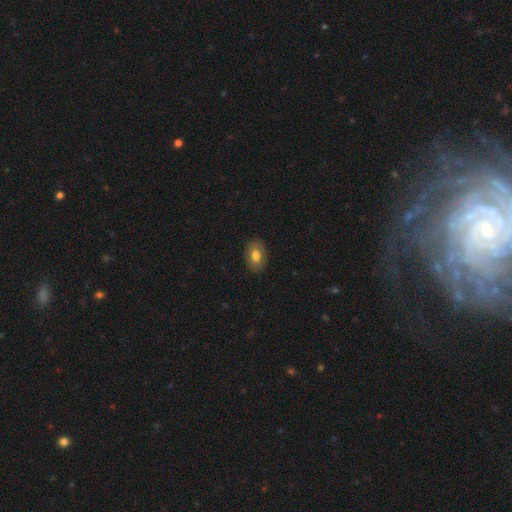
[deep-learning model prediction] Overall: smooth (73%). How rounded: in between (79%). Merging: none (86%).